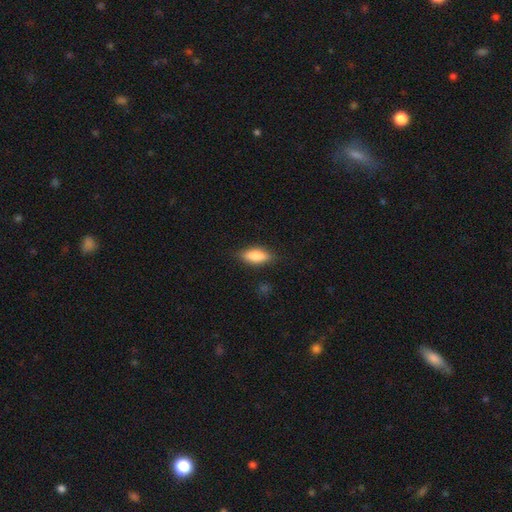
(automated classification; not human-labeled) Morphology: type=smooth (78%); roundness=in between (74%); merging=none (83%).